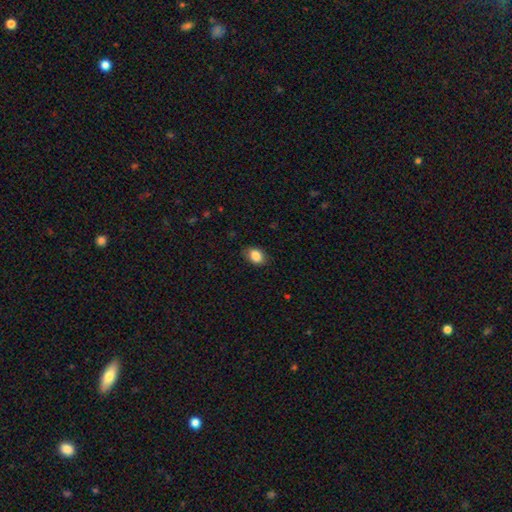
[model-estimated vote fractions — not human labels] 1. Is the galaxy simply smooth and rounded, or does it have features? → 86% smooth, 8% star or artifact, 6% featured or disk.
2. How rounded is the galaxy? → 78% in between, 21% round, 1% cigar-shaped.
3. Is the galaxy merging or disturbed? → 84% none, 12% minor disturbance, 3% major disturbance, 1% merger.